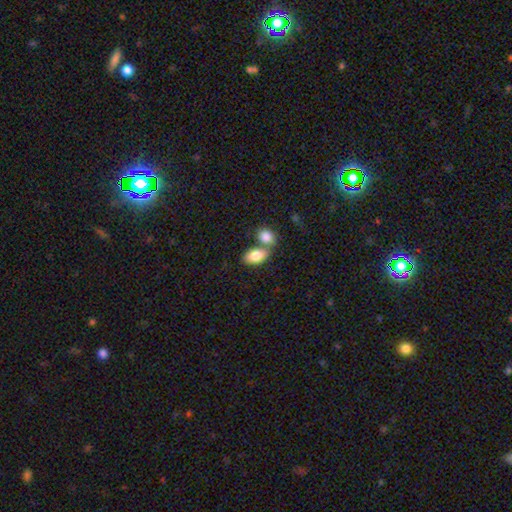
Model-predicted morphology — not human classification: smooth 82%, featured or disk 12%, star or artifact 6%. Down the decision tree: how rounded — in between (91%); merging — merger (46%).